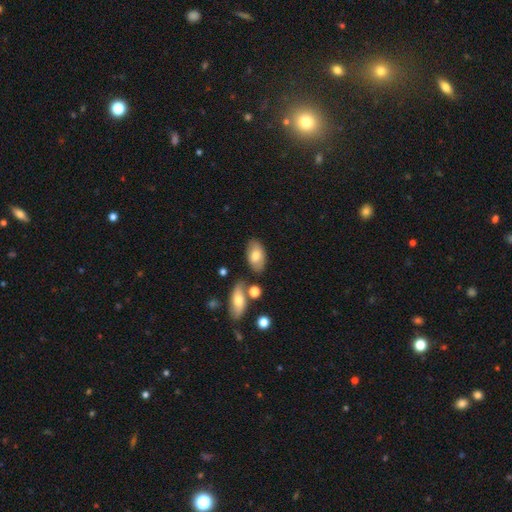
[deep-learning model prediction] Smooth or featured: smooth — 74% (featured or disk — 19%)
How rounded: in between — 93% (round — 5%)
Merging: none — 78% (minor disturbance — 12%)